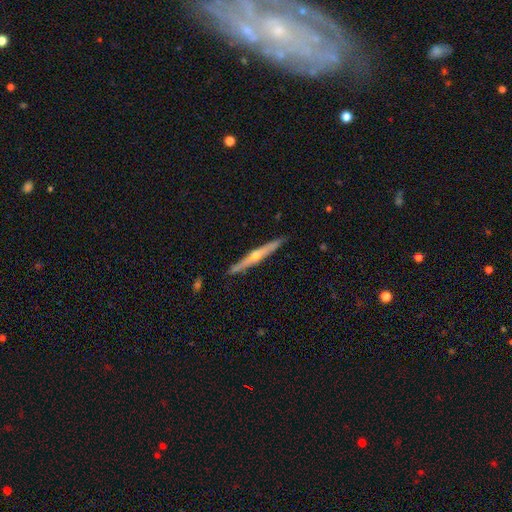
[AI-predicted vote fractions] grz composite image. It shows a featured or disk galaxy (72%) viewed edge-on (97%) with a rounded central bulge (82%). Merging: none (89%).